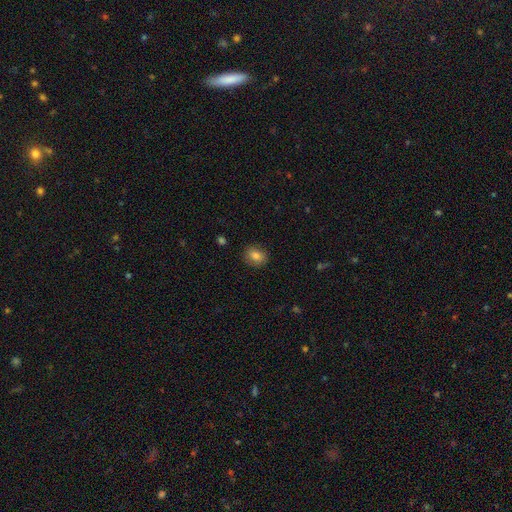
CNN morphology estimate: The model was most divided on "how rounded": round: 54%, in between: 45%, cigar-shaped: 1%. More confident: merging — none (86%); smooth or featured — smooth (81%).